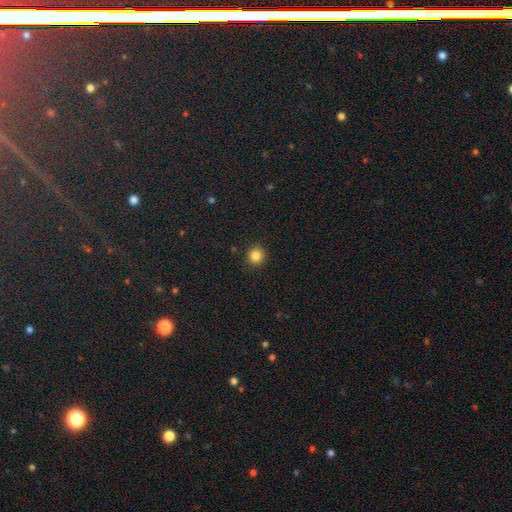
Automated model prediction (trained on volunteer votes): A smooth galaxy with no disk features (84%) that is round (92%).

Vote fractions:
- Smooth or featured? smooth: 84% / star or artifact: 11% / featured or disk: 4%
- How rounded? round: 92% / in between: 7% / cigar-shaped: 1%
- Merging? none: 92% / minor disturbance: 5% / major disturbance: 2% / merger: 1%